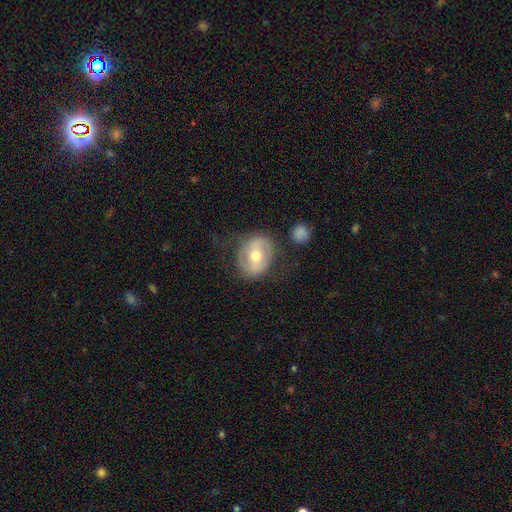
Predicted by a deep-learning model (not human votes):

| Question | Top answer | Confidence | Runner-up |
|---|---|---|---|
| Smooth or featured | featured or disk | 54% | smooth (39%) |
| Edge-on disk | no | 94% | yes (6%) |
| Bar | strong | 37% | weak (36%) |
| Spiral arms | no | 59% | yes (41%) |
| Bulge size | moderate | 74% | small (17%) |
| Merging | none | 69% | minor disturbance (18%) |